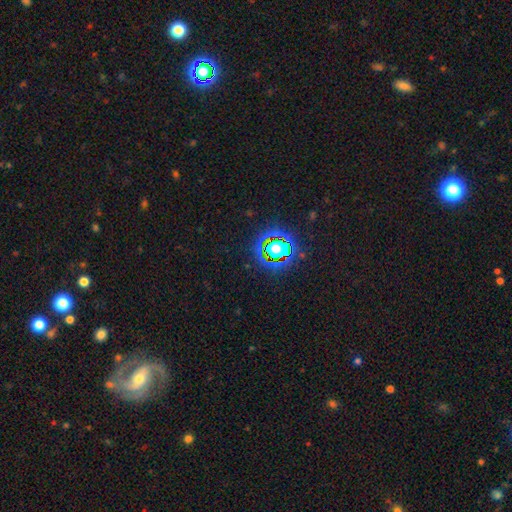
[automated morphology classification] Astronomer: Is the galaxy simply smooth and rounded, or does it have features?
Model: star or artifact — 65%.